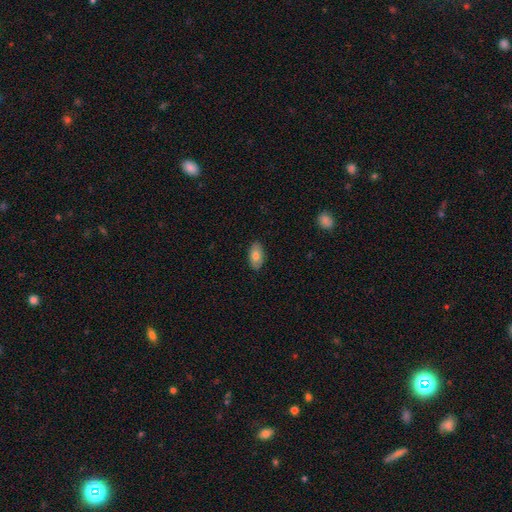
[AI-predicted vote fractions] Morphology: type=smooth (76%); roundness=in between (93%); merging=none (88%).